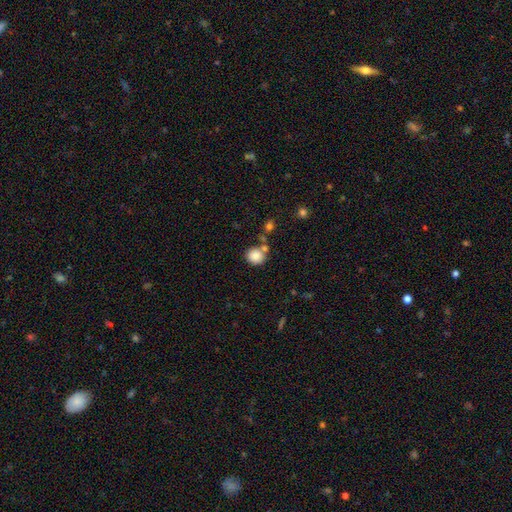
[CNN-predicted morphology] Smooth or featured? Predicted: smooth (p=0.84). How rounded? Predicted: round (p=0.84). Merging? Predicted: none (p=0.68).